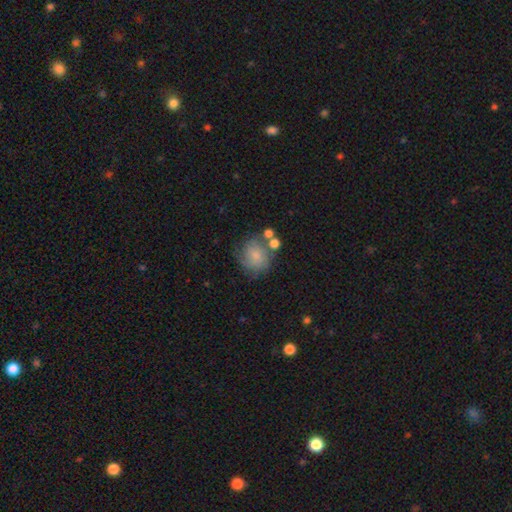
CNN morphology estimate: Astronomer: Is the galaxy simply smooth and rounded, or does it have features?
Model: smooth — 62%.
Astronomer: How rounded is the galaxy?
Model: round — 80%.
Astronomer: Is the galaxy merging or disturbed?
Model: none — 54%.